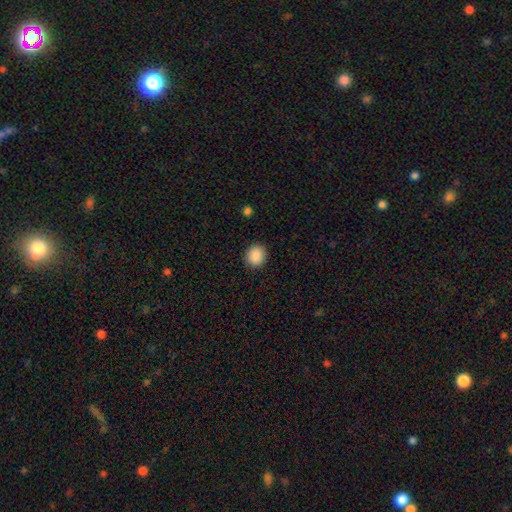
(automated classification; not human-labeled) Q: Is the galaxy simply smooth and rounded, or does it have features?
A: smooth — 89%.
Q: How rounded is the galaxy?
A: round — 75%.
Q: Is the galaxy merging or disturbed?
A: none — 89%.